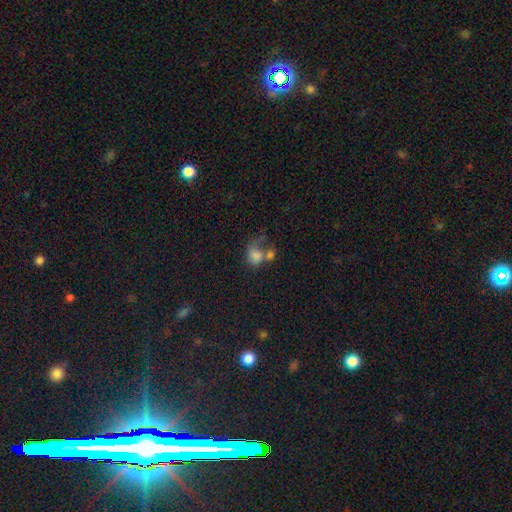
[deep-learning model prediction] Q: Smooth or featured?
A: smooth (71%); runner-up: featured or disk (17%)
Q: How rounded?
A: round (50%); runner-up: in between (49%)
Q: Merging?
A: merger (47%); runner-up: major disturbance (23%)